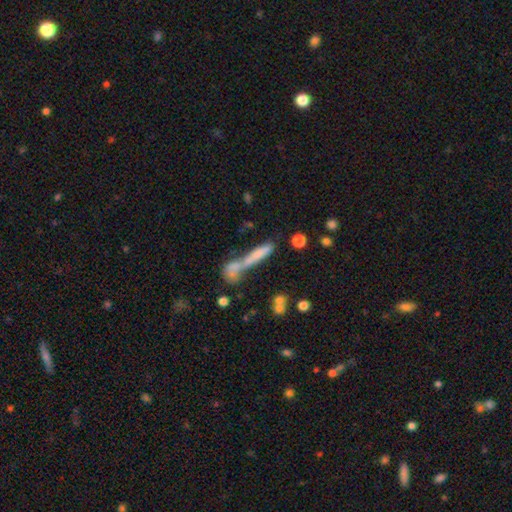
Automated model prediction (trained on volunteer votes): Smooth or featured: smooth — 60% (featured or disk — 28%)
How rounded: cigar-shaped — 82% (in between — 15%)
Merging: merger — 46% (none — 36%)